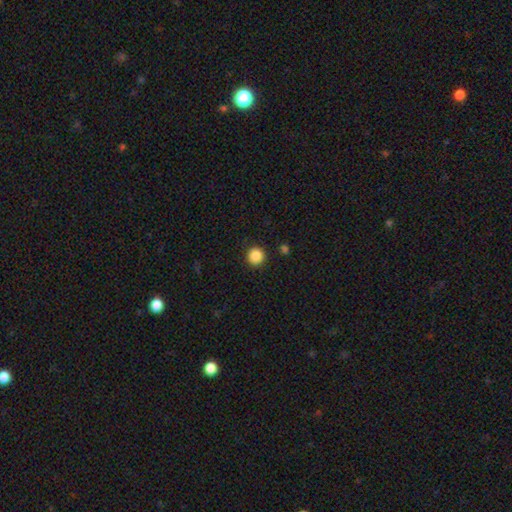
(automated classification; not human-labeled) Smooth or featured?
  - smooth: 88% *
  - star or artifact: 10%
  - featured or disk: 3%
How rounded?
  - round: 94% *
  - in between: 5%
  - cigar-shaped: 1%
Merging?
  - none: 91% *
  - minor disturbance: 6%
  - major disturbance: 2%
  - merger: 2%